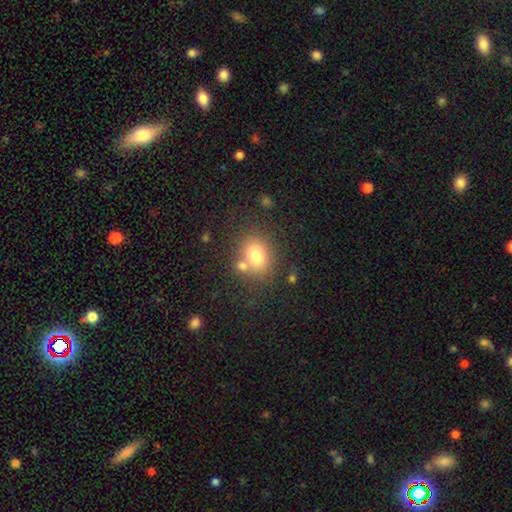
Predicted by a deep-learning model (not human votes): This appears to be a smooth galaxy with no disk features (75%) that is round (54%). Merging: none (60%).